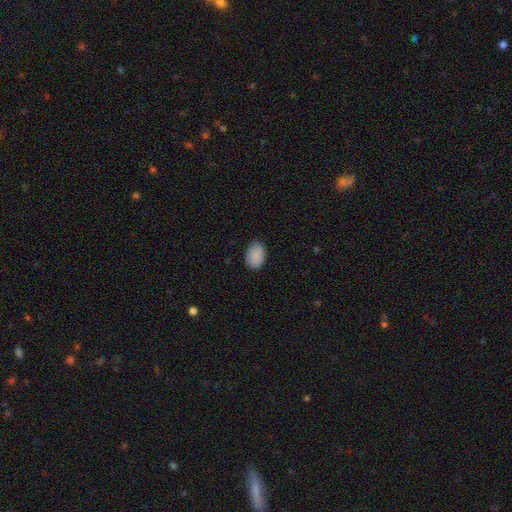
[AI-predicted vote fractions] The model was most divided on "merging": none: 83%, minor disturbance: 14%, major disturbance: 2%, merger: 1%. More confident: smooth or featured — smooth (90%); how rounded — in between (86%).